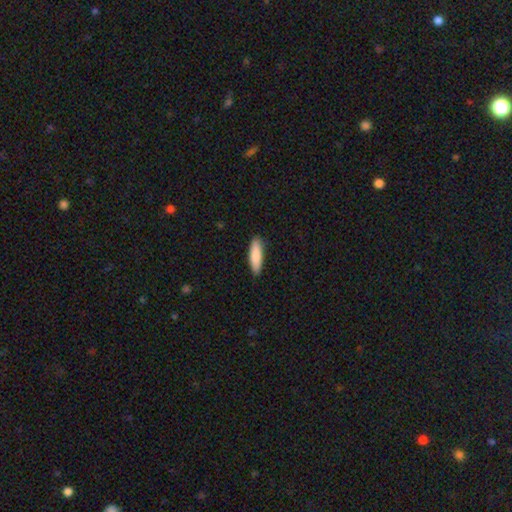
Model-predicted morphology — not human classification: Q: Smooth or featured?
A: smooth (86%); runner-up: featured or disk (8%)
Q: How rounded?
A: cigar-shaped (60%); runner-up: in between (39%)
Q: Merging?
A: none (89%); runner-up: minor disturbance (8%)